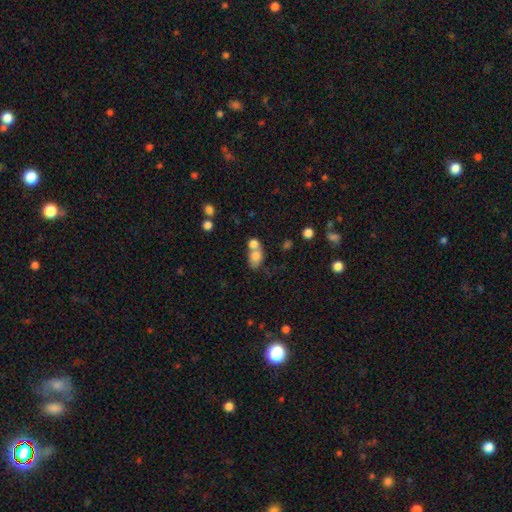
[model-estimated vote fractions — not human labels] The model was most divided on "merging": merger: 58%, none: 28%, minor disturbance: 9%, major disturbance: 5%. More confident: smooth or featured — smooth (75%); how rounded — in between (67%).